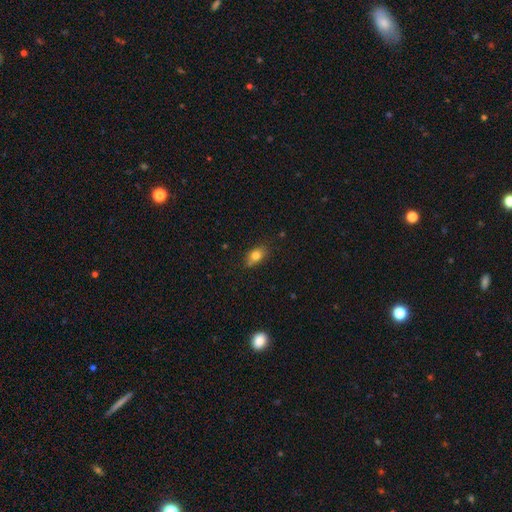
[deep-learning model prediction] smooth_or_featured: smooth (p=0.78) [alt: featured or disk p=0.13]
how_rounded: in between (p=0.82) [alt: round p=0.13]
merging: none (p=0.74) [alt: minor disturbance p=0.21]